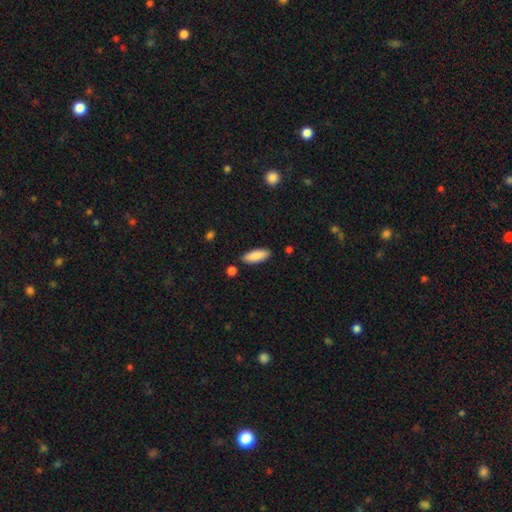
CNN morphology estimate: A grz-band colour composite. It shows a smooth galaxy with no disk features (87%) that is in between round and cigar-shaped (75%). Merging: none (85%).